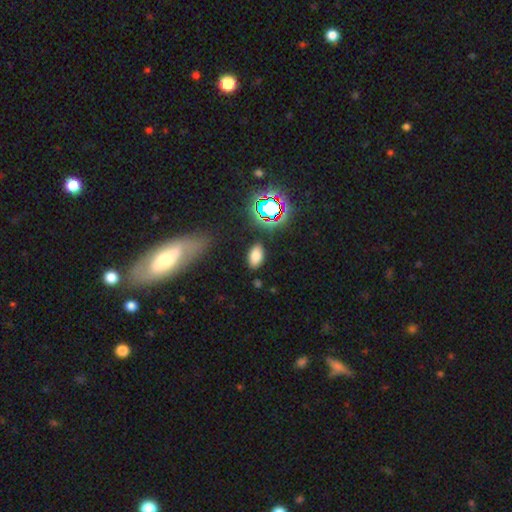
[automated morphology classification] Overall: smooth (75%). How rounded: in between (93%). Merging: none (85%).